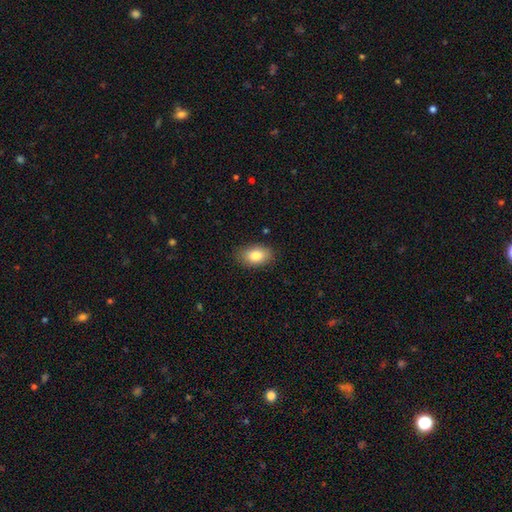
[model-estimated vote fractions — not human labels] This appears to be a smooth galaxy with no disk features (83%) that is in between round and cigar-shaped (89%). Merging: none (86%).